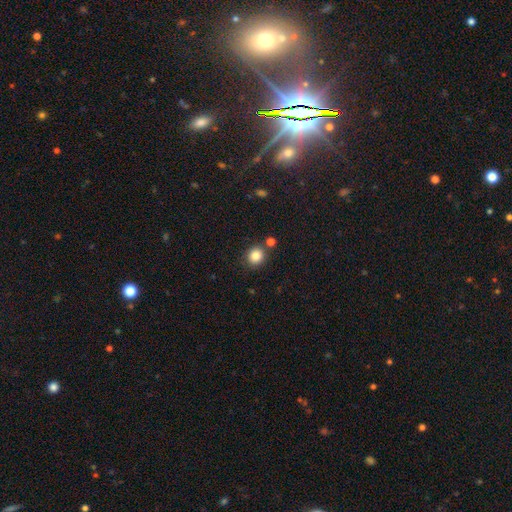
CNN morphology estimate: Smooth or featured?
  - smooth: 84% *
  - star or artifact: 10%
  - featured or disk: 6%
How rounded?
  - round: 82% *
  - in between: 17%
  - cigar-shaped: 1%
Merging?
  - none: 79% *
  - merger: 10%
  - minor disturbance: 9%
  - major disturbance: 3%